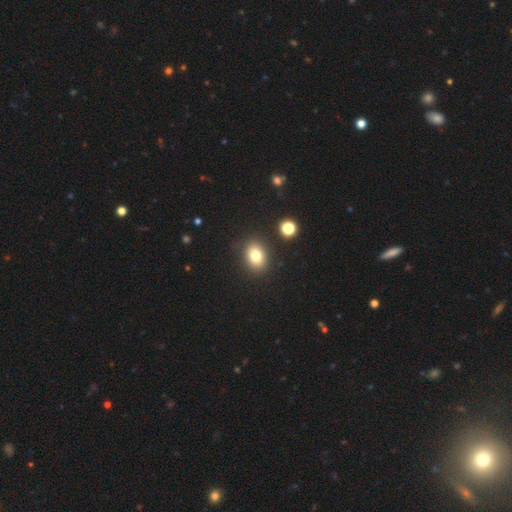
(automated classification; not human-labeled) Smooth or featured?
  - smooth: 79% *
  - star or artifact: 12%
  - featured or disk: 10%
How rounded?
  - in between: 64% *
  - round: 35%
  - cigar-shaped: 1%
Merging?
  - none: 85% *
  - minor disturbance: 9%
  - major disturbance: 3%
  - merger: 3%